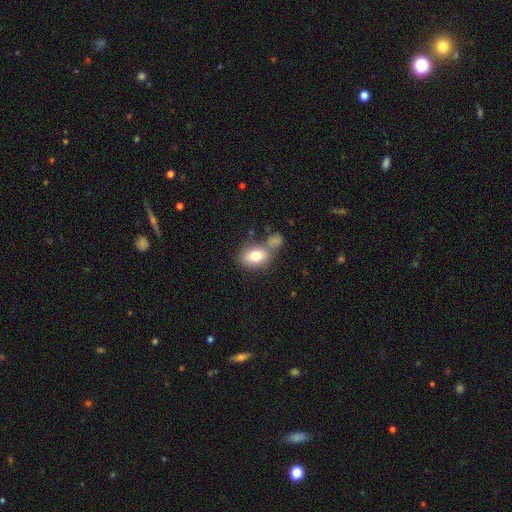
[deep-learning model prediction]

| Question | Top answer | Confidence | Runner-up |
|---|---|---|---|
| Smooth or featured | smooth | 78% | featured or disk (13%) |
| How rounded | in between | 74% | round (24%) |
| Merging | none | 50% | merger (28%) |